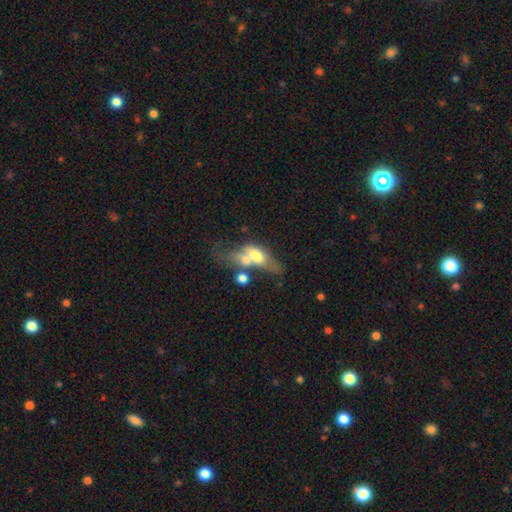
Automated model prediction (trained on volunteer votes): smooth_or_featured: smooth (p=0.53) [alt: featured or disk p=0.38]
how_rounded: in between (p=0.70) [alt: cigar-shaped p=0.18]
merging: merger (p=0.58) [alt: major disturbance p=0.16]